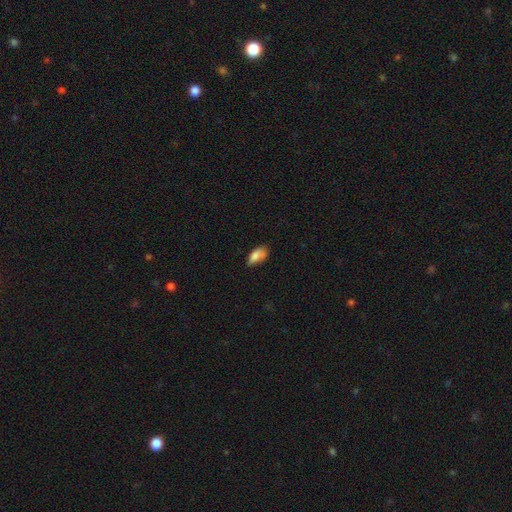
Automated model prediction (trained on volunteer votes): Morphology: type=smooth (79%); roundness=in between (88%); merging=none (43%).